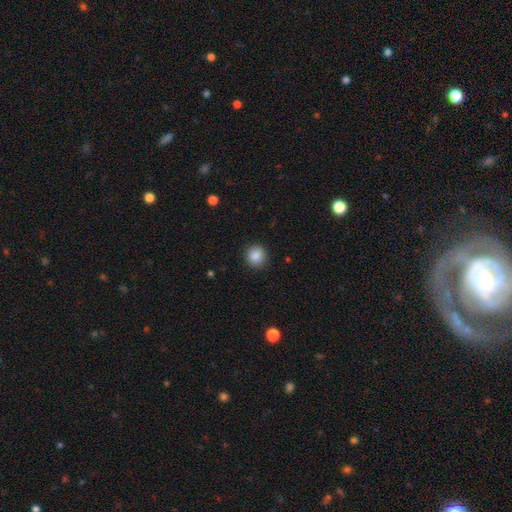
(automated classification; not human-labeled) Morphology: type=smooth (87%); roundness=round (93%); merging=none (91%).